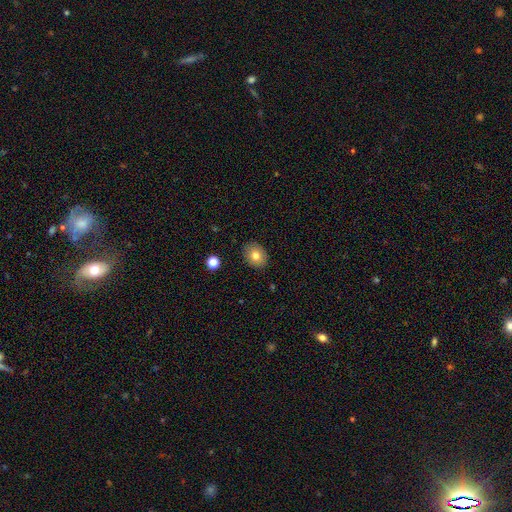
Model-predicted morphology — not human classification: Overall: smooth (77%). How rounded: in between (55%; round 45%). Merging: none (88%).